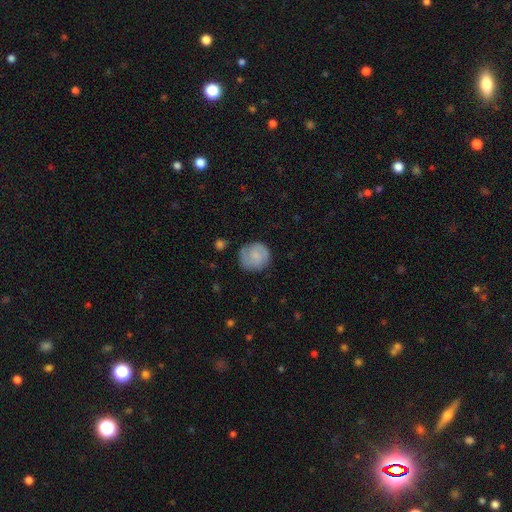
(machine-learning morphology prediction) smooth-or-featured: smooth: 54% | featured or disk: 38% | star or artifact: 7%
  how-rounded: round: 87% | in between: 12% | cigar-shaped: 1%
  merging: none: 75% | minor disturbance: 18% | major disturbance: 5% | merger: 2%